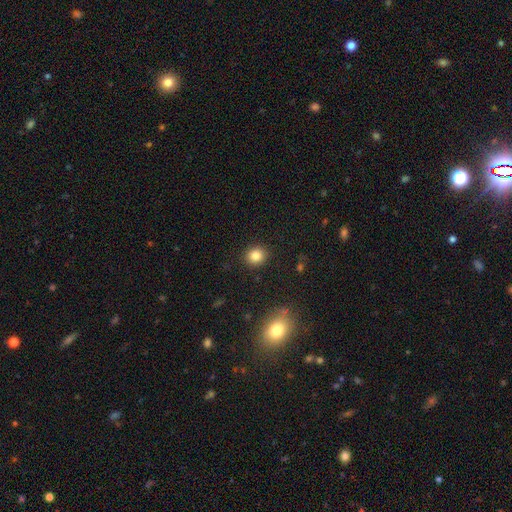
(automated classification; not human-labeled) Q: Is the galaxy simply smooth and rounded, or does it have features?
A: smooth — 83%.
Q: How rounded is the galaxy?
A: round — 81%.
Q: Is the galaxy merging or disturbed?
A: none — 90%.